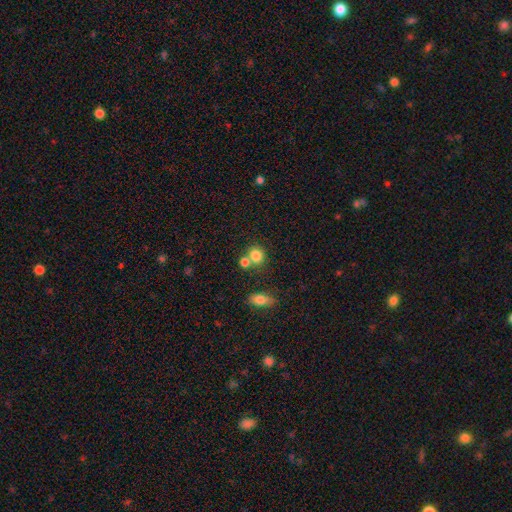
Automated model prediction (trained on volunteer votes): smooth-or-featured: smooth: 82% | star or artifact: 11% | featured or disk: 7%
  how-rounded: round: 73% | in between: 26% | cigar-shaped: 1%
  merging: none: 53% | merger: 33% | minor disturbance: 10% | major disturbance: 4%